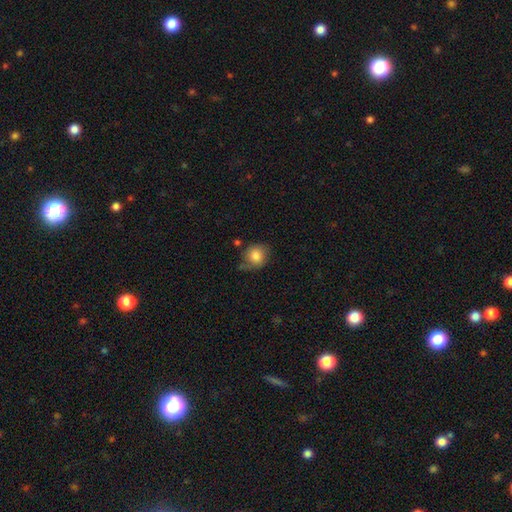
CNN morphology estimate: The model was most divided on "merging": none: 63%, minor disturbance: 25%, major disturbance: 7%, merger: 5%. More confident: smooth or featured — smooth (82%); how rounded — round (77%).